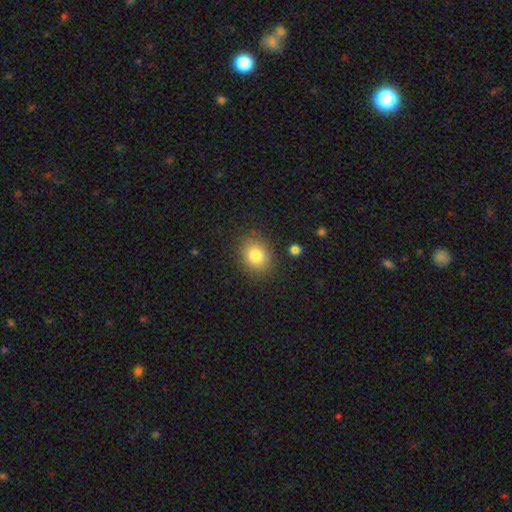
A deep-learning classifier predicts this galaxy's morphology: smooth 83%, star or artifact 9%, featured or disk 8%. Down the decision tree: how rounded — round (58%); merging — none (85%).